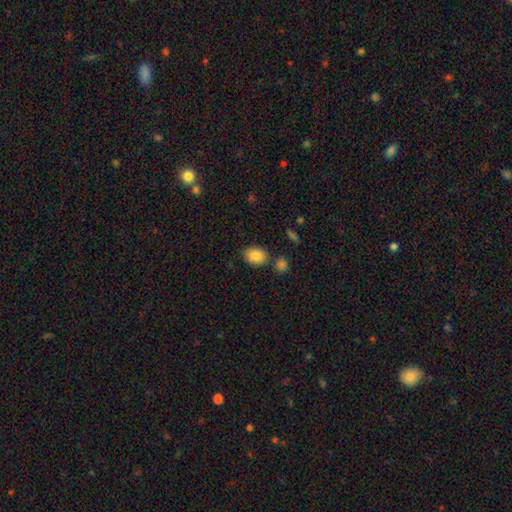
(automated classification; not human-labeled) This appears to be a smooth galaxy with no disk features (87%) that is in between round and cigar-shaped (67%). Merging: none (77%).